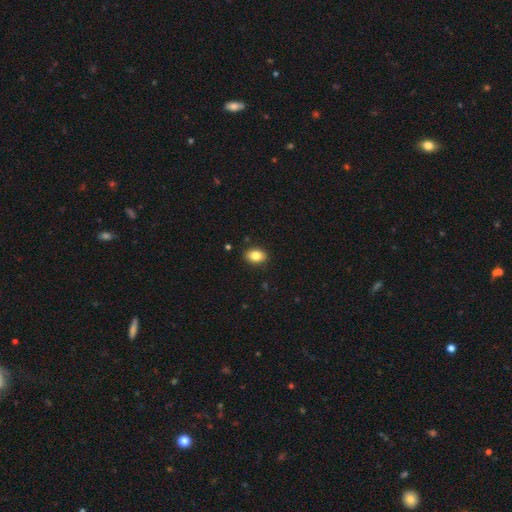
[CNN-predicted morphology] Overall: smooth (83%). How rounded: in between (78%). Merging: none (89%).